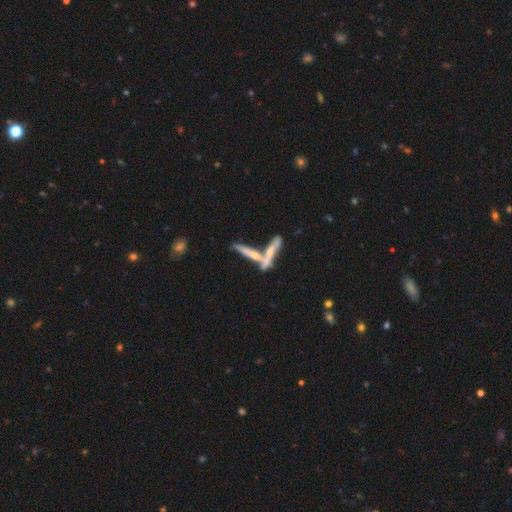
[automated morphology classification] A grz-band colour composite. It shows a featured or disk galaxy (56%) viewed edge-on (77%). Merging: merger (51%).